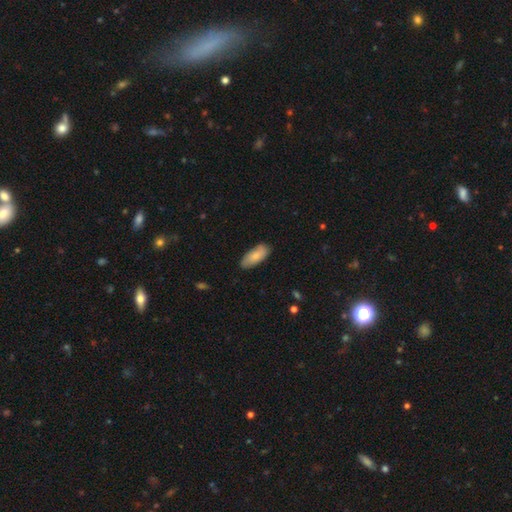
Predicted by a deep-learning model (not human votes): A smooth galaxy with no disk features (78%) that is in between round and cigar-shaped (84%).

Vote fractions:
- Smooth or featured? smooth: 78% / featured or disk: 16% / star or artifact: 6%
- How rounded? in between: 84% / cigar-shaped: 14% / round: 2%
- Merging? none: 83% / minor disturbance: 14% / major disturbance: 2% / merger: 1%